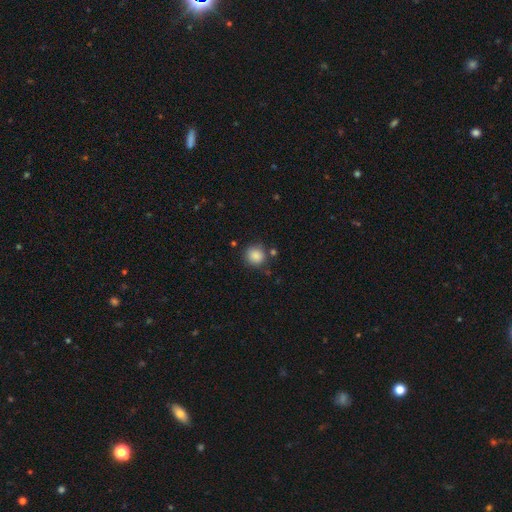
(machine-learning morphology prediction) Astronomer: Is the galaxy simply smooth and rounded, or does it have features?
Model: smooth — 87%.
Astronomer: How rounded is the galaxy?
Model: round — 88%.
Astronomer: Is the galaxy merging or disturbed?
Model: none — 81%.